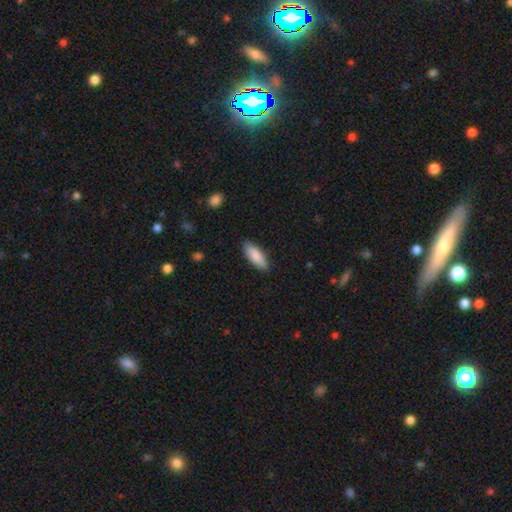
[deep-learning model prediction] The model was most divided on "how rounded": in between: 66%, cigar-shaped: 32%, round: 2%. More confident: merging — none (88%); smooth or featured — smooth (86%).